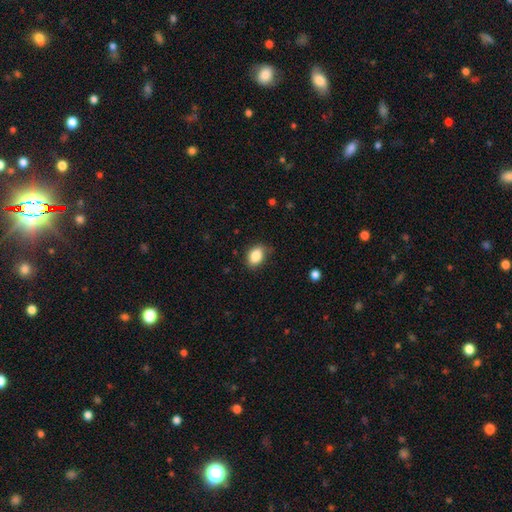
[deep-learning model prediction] This appears to be a smooth galaxy with no disk features (86%) that is in between round and cigar-shaped (80%). Merging: none (75%).